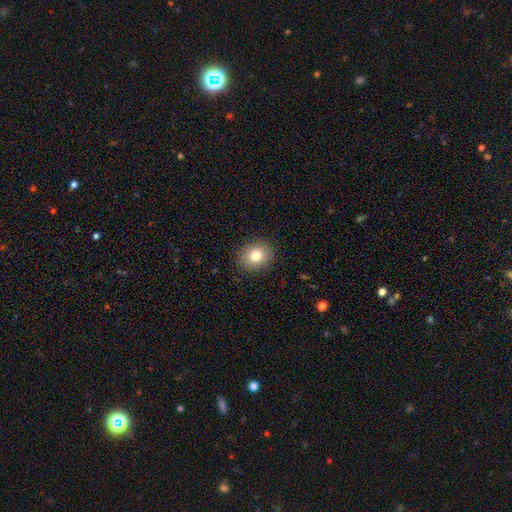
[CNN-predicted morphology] Overall: smooth (80%). How rounded: round (70%). Merging: none (90%).